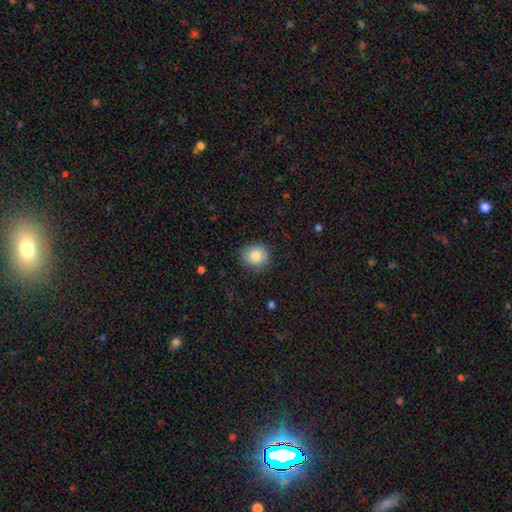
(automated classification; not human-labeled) Smooth or featured? Predicted: smooth (p=0.83). How rounded? Predicted: round (p=0.84). Merging? Predicted: none (p=0.86).